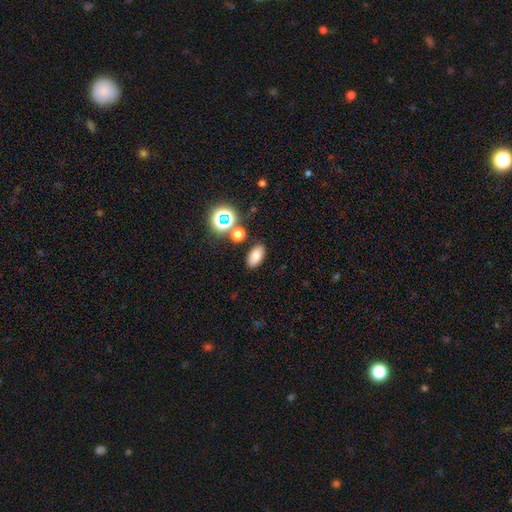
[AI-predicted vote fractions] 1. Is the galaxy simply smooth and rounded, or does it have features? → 76% smooth, 15% star or artifact, 9% featured or disk.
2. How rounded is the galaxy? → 89% in between, 8% round, 3% cigar-shaped.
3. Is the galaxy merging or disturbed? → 84% none, 9% minor disturbance, 5% merger, 3% major disturbance.